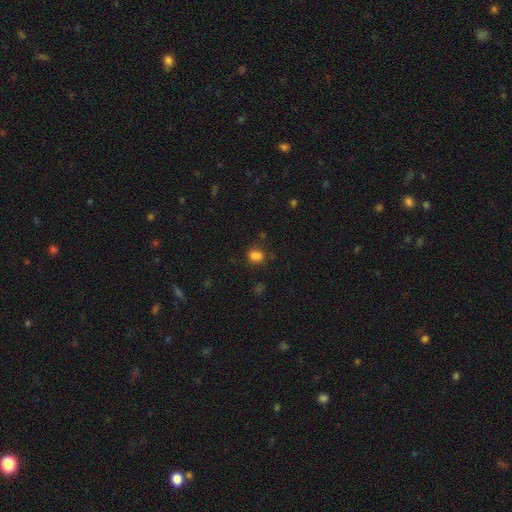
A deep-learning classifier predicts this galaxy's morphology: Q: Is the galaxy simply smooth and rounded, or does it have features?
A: smooth — 79%.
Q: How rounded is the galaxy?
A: round — 57%.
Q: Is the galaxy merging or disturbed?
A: none — 69%.